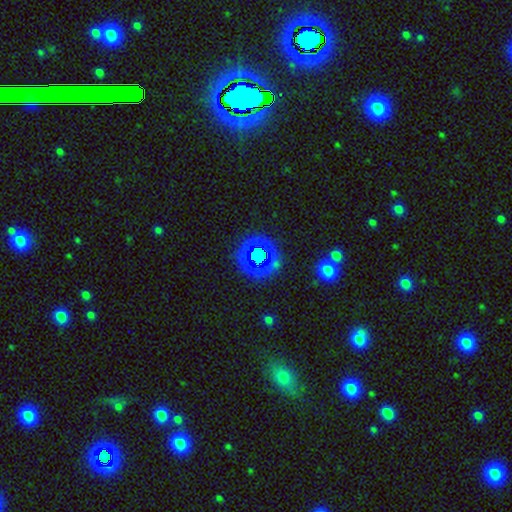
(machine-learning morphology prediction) Overall: star or artifact (61%; smooth 28%).